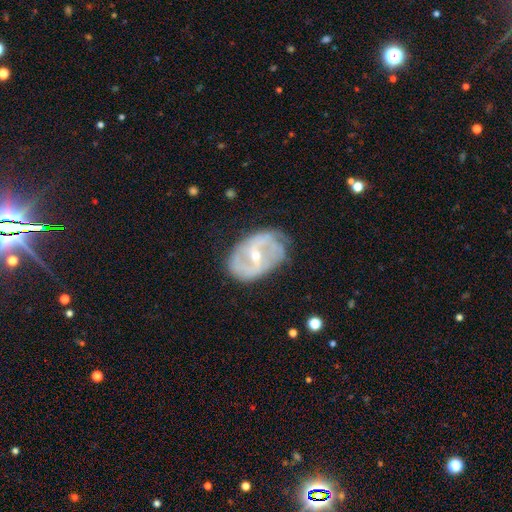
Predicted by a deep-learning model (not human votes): Morphology: type=featured or disk (82%); edge-on=no (96%); bar=weak (44%); spiral arms=yes (83%); winding=medium (42%); arm count=2 (64%); bulge=small (60%); merging=none (62%).